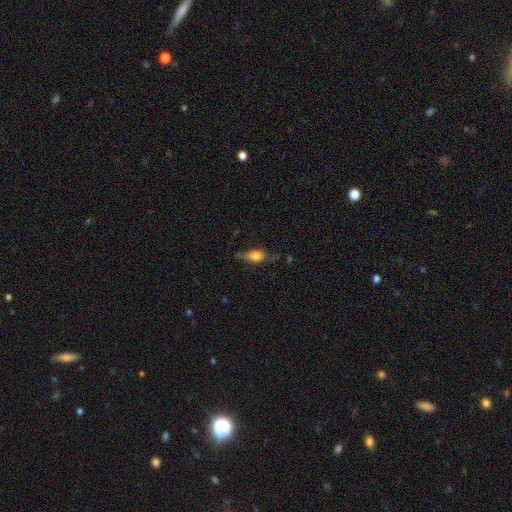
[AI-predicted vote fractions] Q: Smooth or featured?
A: smooth (59%); runner-up: featured or disk (33%)
Q: How rounded?
A: in between (67%); runner-up: cigar-shaped (24%)
Q: Merging?
A: none (57%); runner-up: minor disturbance (29%)